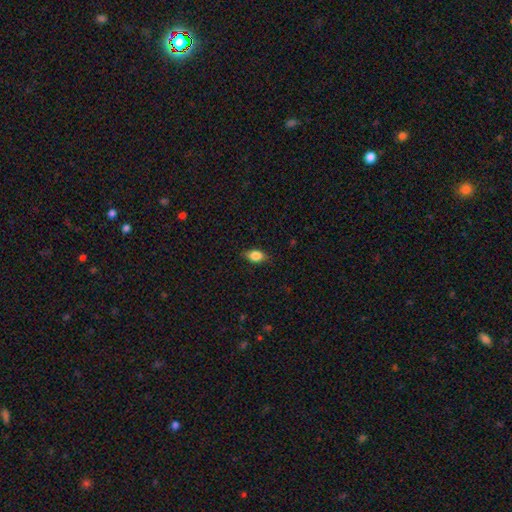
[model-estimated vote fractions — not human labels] smooth_or_featured: smooth (p=0.84) [alt: star or artifact p=0.08]
how_rounded: in between (p=0.82) [alt: round p=0.15]
merging: none (p=0.83) [alt: minor disturbance p=0.14]